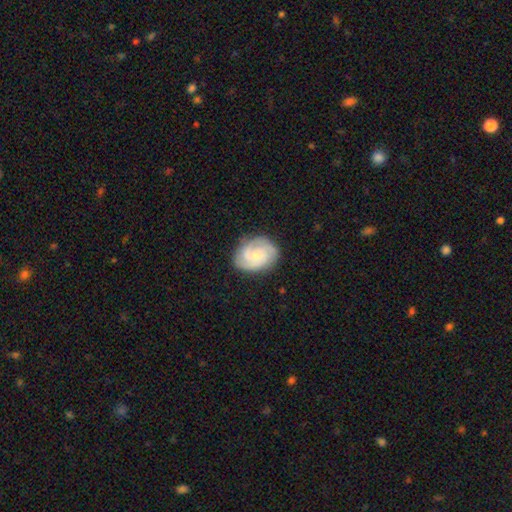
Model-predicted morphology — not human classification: A featured or disk galaxy (78%) with no bar (69%), 2 (50%) tight (59%) spiral arms (96%) and a small central bulge (58%). Merging: none (80%).